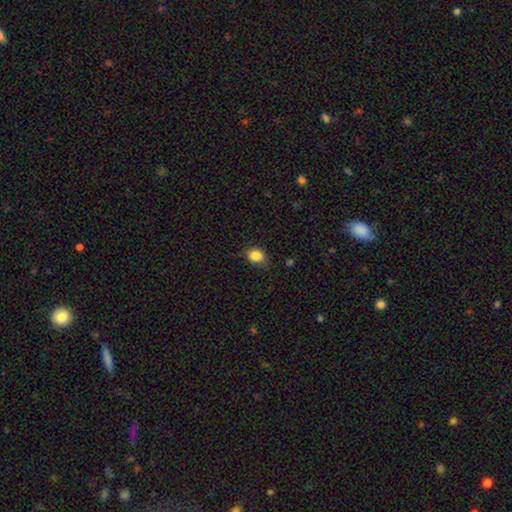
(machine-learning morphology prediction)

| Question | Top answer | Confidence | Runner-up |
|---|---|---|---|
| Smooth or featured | smooth | 86% | star or artifact (10%) |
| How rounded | in between | 52% | round (47%) |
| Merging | none | 72% | minor disturbance (22%) |